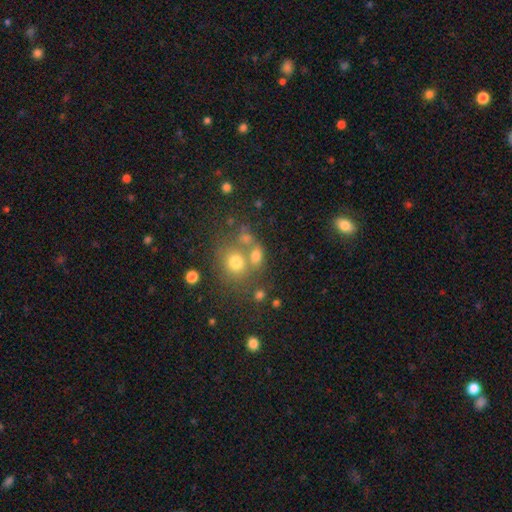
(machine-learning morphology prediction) Smooth or featured?
  - smooth: 70% *
  - star or artifact: 17%
  - featured or disk: 13%
How rounded?
  - round: 52% *
  - in between: 46%
  - cigar-shaped: 2%
Merging?
  - none: 50% *
  - merger: 33%
  - minor disturbance: 11%
  - major disturbance: 6%